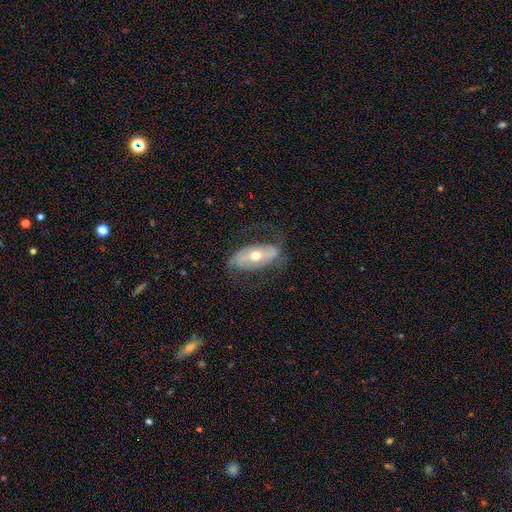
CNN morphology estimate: smooth-or-featured: featured or disk: 68% | smooth: 25% | star or artifact: 6%
  disk-edge-on: no: 85% | yes: 15%
    bar: no: 38% | strong: 36% | weak: 26%
    has-spiral-arms: yes: 70% | no: 30%
    bulge-size: moderate: 69% | small: 25% | large: 4% | dominant: 1% | none: 1%
  merging: none: 67% | minor disturbance: 19% | major disturbance: 12% | merger: 1%